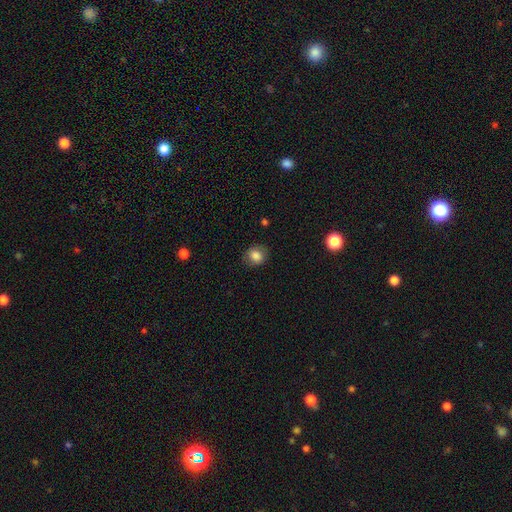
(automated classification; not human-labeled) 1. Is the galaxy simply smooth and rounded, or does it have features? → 83% smooth, 9% star or artifact, 8% featured or disk.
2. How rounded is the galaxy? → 69% round, 30% in between, 1% cigar-shaped.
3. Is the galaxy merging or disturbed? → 82% none, 13% minor disturbance, 4% major disturbance, 1% merger.